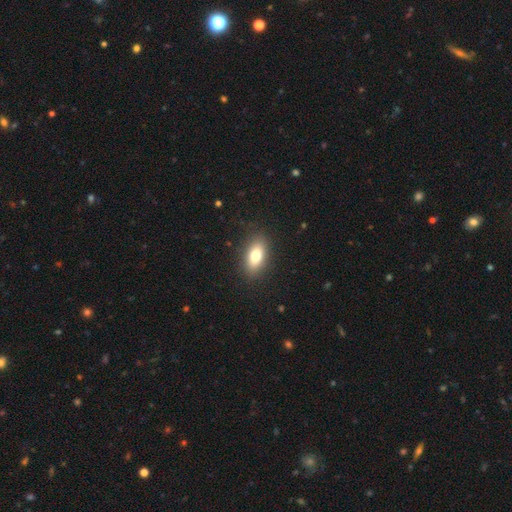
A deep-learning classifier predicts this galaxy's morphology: smooth 77%, featured or disk 15%, star or artifact 8%. Down the decision tree: how rounded — in between (87%); merging — none (88%).